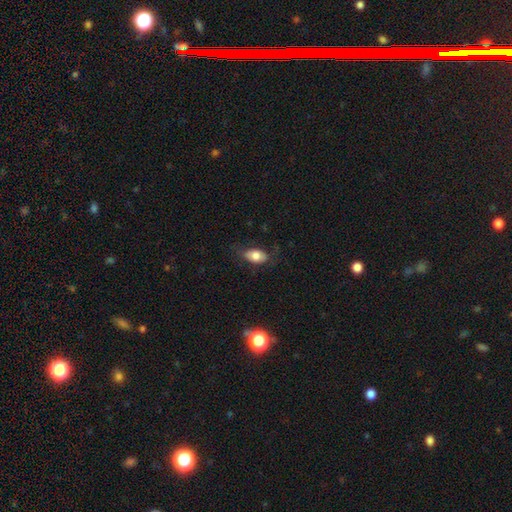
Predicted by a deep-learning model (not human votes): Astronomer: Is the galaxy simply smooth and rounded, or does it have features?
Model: smooth — 77%.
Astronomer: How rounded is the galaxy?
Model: in between — 89%.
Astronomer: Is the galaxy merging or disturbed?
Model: none — 71%.